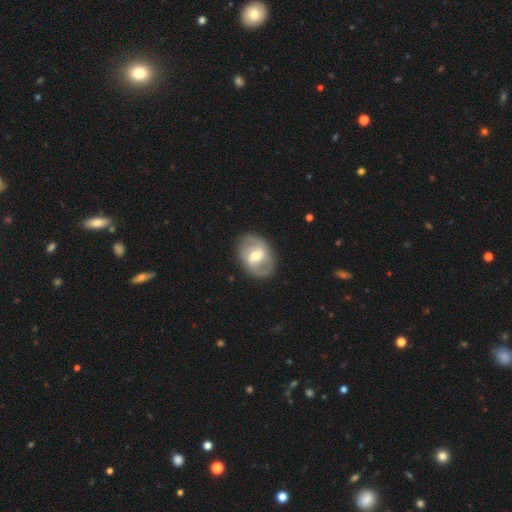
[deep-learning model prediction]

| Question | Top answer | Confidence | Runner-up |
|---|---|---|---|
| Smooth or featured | featured or disk | 69% | smooth (25%) |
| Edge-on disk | no | 95% | yes (5%) |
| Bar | weak | 49% | strong (33%) |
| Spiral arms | yes | 71% | no (29%) |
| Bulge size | moderate | 68% | small (20%) |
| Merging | none | 83% | minor disturbance (11%) |